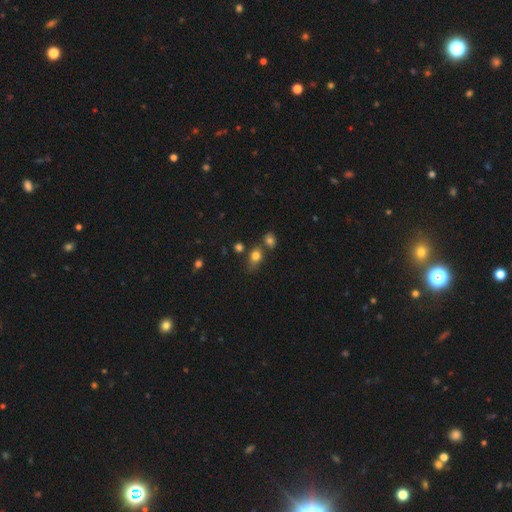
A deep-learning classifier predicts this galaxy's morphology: This appears to be a smooth galaxy with no disk features (79%) that is in between round and cigar-shaped (55%). Merging: none (55%).